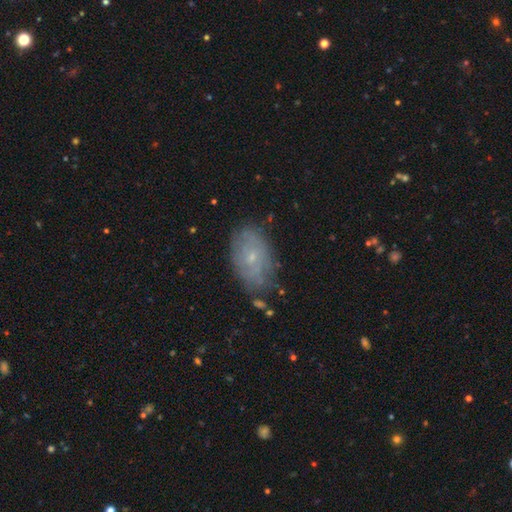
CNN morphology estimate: This is possibly a smooth galaxy (45%). Merging: likely none (73%).